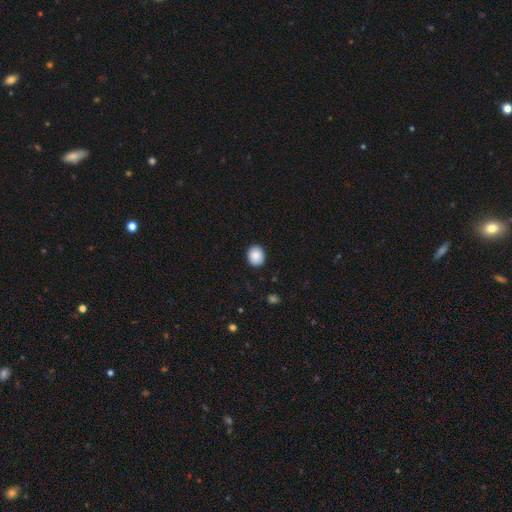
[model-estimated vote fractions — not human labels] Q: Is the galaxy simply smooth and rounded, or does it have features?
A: smooth — 88%.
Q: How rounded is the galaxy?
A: round — 67%.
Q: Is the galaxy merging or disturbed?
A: none — 89%.